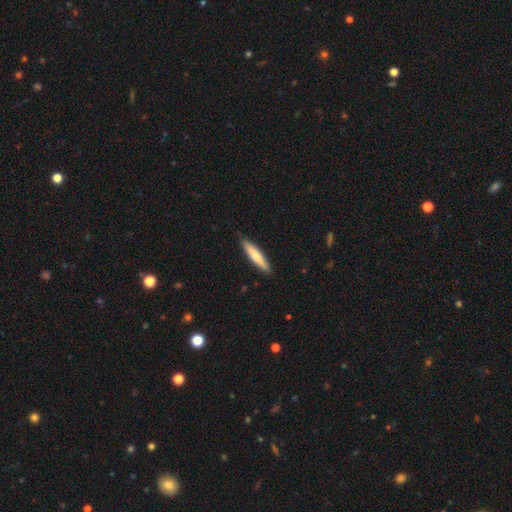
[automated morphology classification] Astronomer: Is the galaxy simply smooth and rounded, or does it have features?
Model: smooth — 67%.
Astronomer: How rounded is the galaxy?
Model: cigar-shaped — 89%.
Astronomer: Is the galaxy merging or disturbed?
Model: none — 89%.